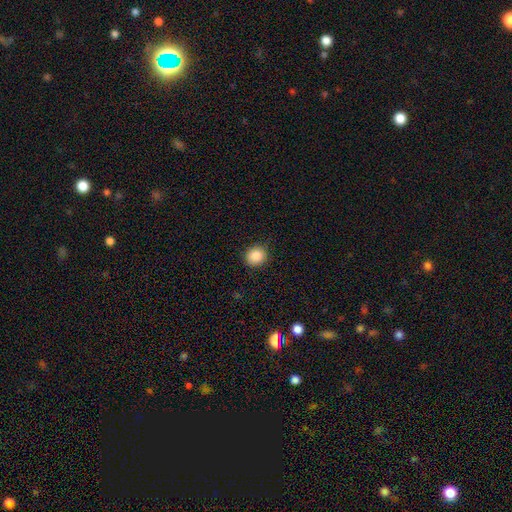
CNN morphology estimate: This appears to be a smooth galaxy with no disk features (88%) that is round (85%). Merging: none (89%).